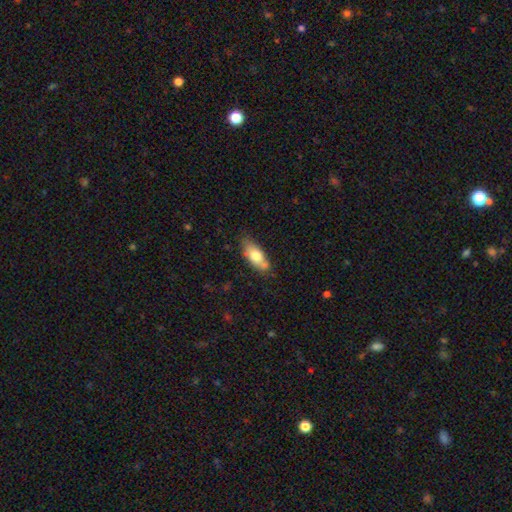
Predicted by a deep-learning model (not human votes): This is likely a smooth galaxy (69%). How rounded: likely in between (79%). Merging: likely none (65%).